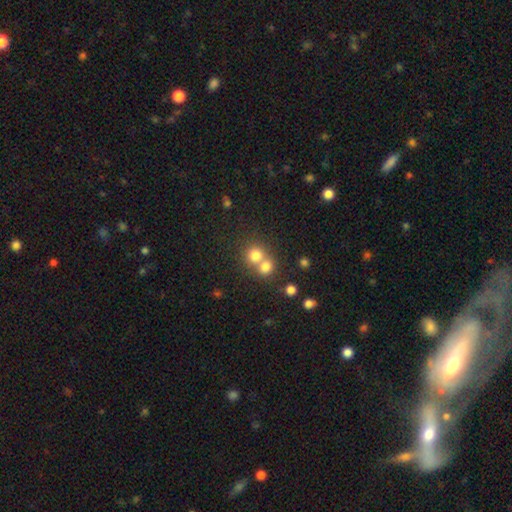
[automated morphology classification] Smooth or featured?
  - smooth: 76% *
  - star or artifact: 13%
  - featured or disk: 10%
How rounded?
  - round: 84% *
  - in between: 15%
  - cigar-shaped: 1%
Merging?
  - merger: 53% *
  - none: 40%
  - minor disturbance: 5%
  - major disturbance: 3%